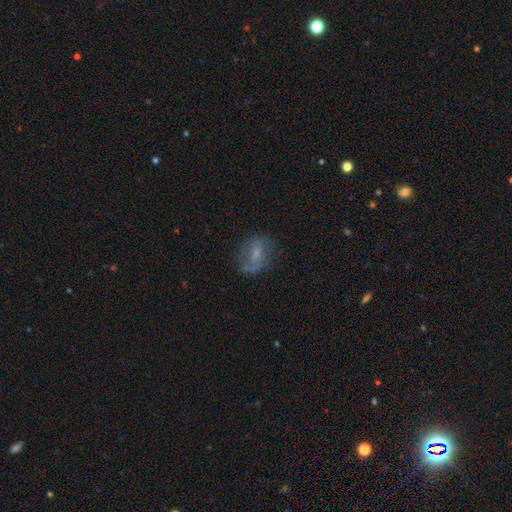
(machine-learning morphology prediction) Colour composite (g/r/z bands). It shows a smooth galaxy with no disk features (45%). Merging: none (55%).